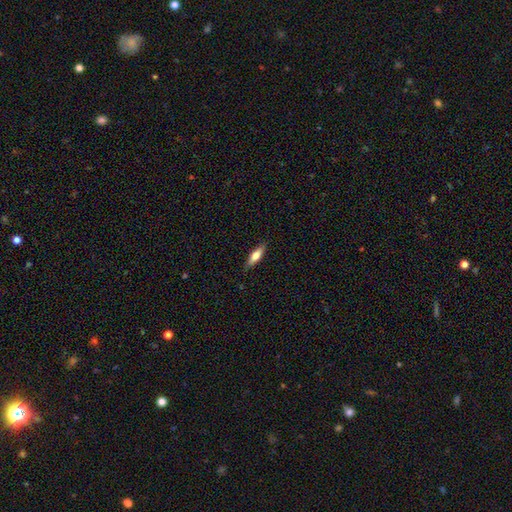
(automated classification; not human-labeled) smooth_or_featured: smooth (p=0.62) [alt: featured or disk p=0.32]
how_rounded: cigar-shaped (p=0.57) [alt: in between p=0.41]
merging: none (p=0.87) [alt: minor disturbance p=0.10]